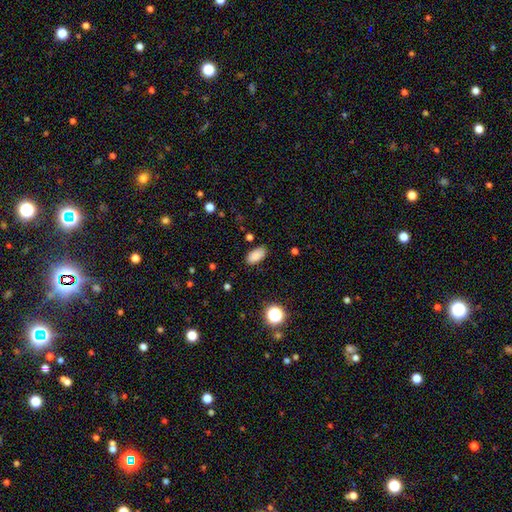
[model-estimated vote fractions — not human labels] Smooth or featured? Predicted: smooth (p=0.86). How rounded? Predicted: in between (p=0.93). Merging? Predicted: none (p=0.86).